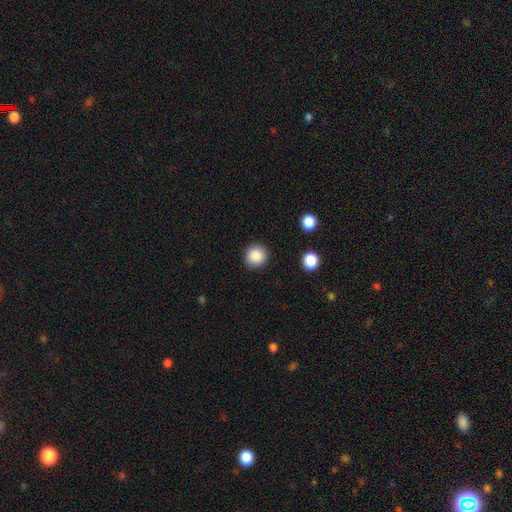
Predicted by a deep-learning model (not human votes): Smooth or featured? Predicted: smooth (p=0.88). How rounded? Predicted: round (p=0.93). Merging? Predicted: none (p=0.90).